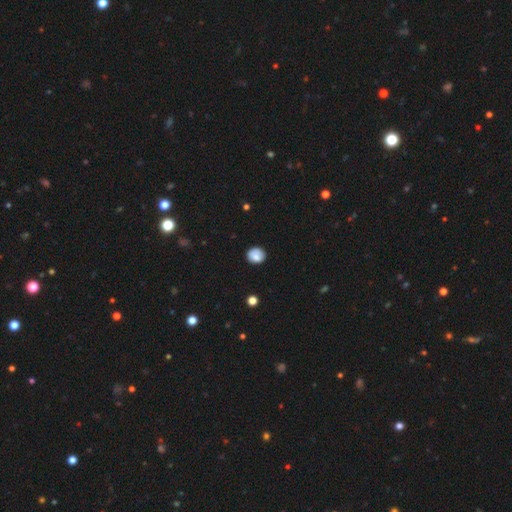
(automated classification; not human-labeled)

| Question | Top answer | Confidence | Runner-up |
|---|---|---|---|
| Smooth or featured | smooth | 80% | featured or disk (11%) |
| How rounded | round | 72% | in between (27%) |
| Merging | none | 80% | minor disturbance (16%) |